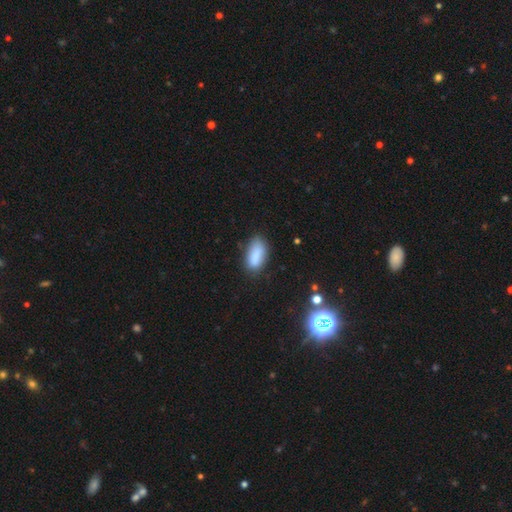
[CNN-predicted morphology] Smooth or featured? Predicted: smooth (p=0.85). How rounded? Predicted: in between (p=0.87). Merging? Predicted: none (p=0.70).